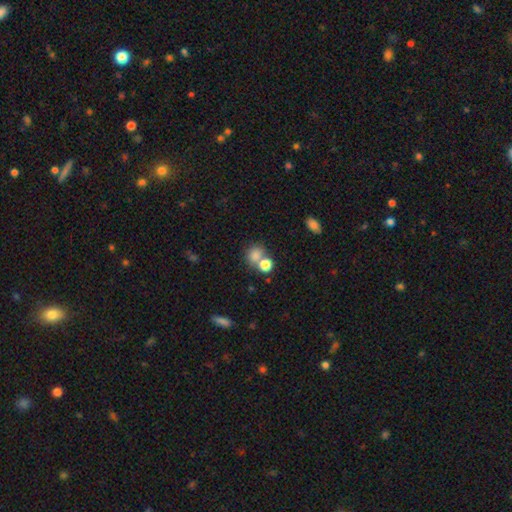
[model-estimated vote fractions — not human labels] This is likely a smooth galaxy (79%). How rounded: likely round (70%). Merging: possibly none (46%).